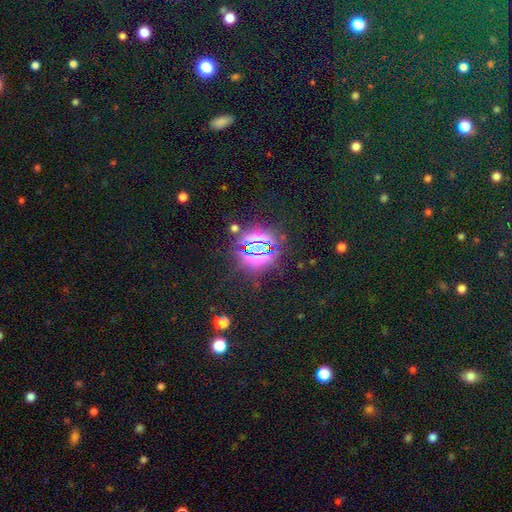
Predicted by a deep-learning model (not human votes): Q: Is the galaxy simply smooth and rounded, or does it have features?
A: star or artifact — 78%.